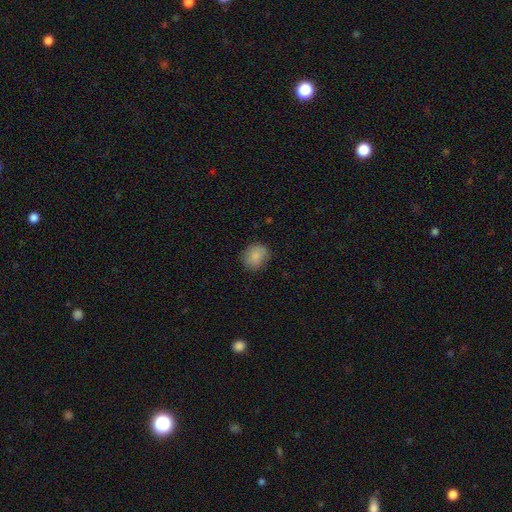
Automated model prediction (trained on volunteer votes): This appears to be a smooth galaxy with no disk features (86%) that is round (72%). Merging: none (80%).